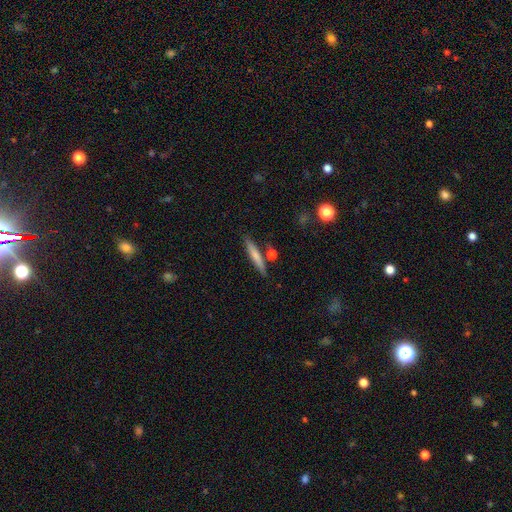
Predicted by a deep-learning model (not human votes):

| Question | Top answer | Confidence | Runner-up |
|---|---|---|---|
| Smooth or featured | smooth | 68% | featured or disk (26%) |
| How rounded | cigar-shaped | 92% | in between (6%) |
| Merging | none | 81% | minor disturbance (10%) |